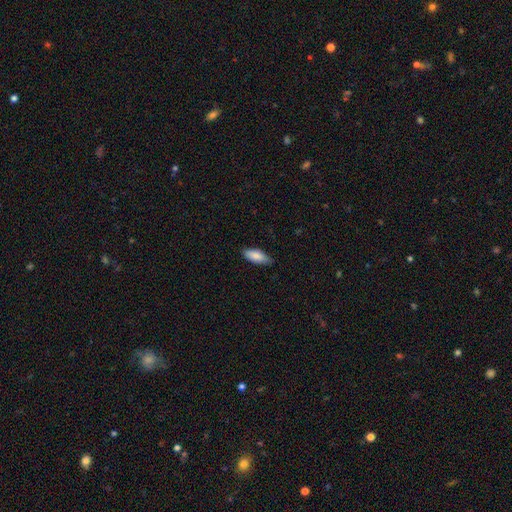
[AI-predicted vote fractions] Smooth or featured: smooth — 84% (featured or disk — 10%)
How rounded: in between — 74% (cigar-shaped — 24%)
Merging: none — 83% (minor disturbance — 14%)